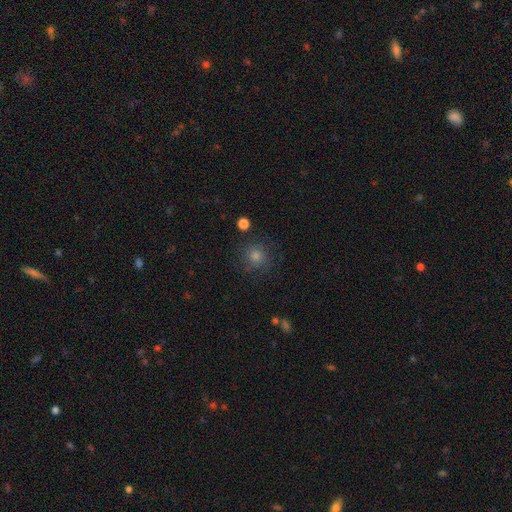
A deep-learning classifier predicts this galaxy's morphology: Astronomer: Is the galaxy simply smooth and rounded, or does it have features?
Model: smooth — 65%.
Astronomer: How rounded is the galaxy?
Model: round — 93%.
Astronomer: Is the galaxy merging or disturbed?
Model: none — 84%.